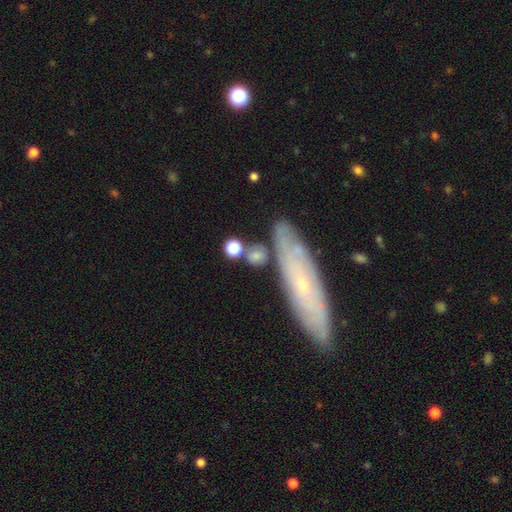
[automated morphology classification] This appears to be a smooth galaxy with no disk features (73%) that is round (63%). Merging: none (72%).